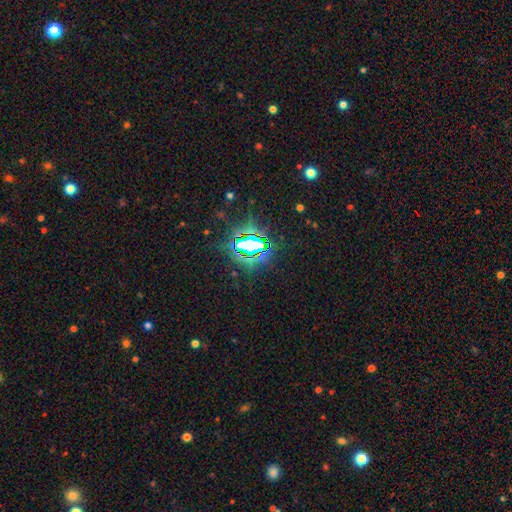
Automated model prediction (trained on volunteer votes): This appears to be a star or artifact, not a galaxy (80%).